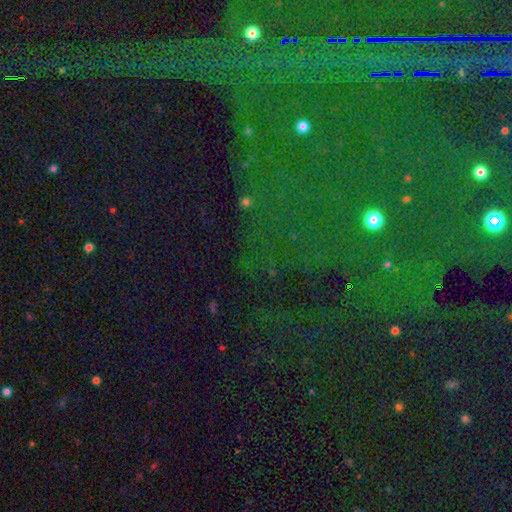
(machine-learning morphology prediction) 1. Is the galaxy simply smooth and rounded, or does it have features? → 81% star or artifact, 10% smooth, 9% featured or disk.